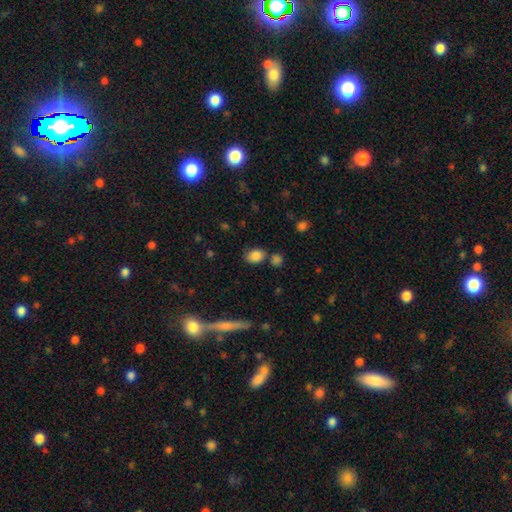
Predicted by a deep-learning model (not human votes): Smooth or featured? smooth (85%)
How rounded? in between (64%)
Merging? none (70%)